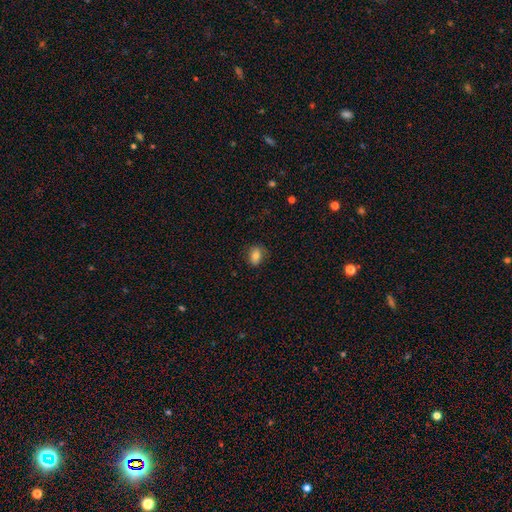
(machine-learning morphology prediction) smooth-or-featured: smooth: 78% | featured or disk: 12% | star or artifact: 10%
  how-rounded: in between: 71% | round: 27% | cigar-shaped: 2%
  merging: none: 77% | minor disturbance: 18% | major disturbance: 4% | merger: 1%